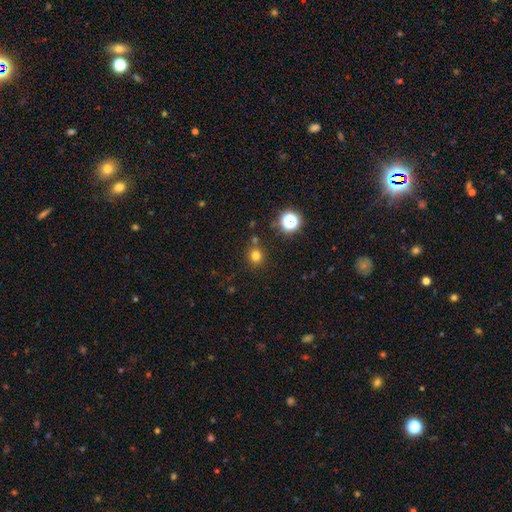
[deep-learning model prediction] A smooth galaxy with no disk features (76%) that is round (90%).

Vote fractions:
- Smooth or featured? smooth: 76% / star or artifact: 18% / featured or disk: 6%
- How rounded? round: 90% / in between: 9% / cigar-shaped: 1%
- Merging? none: 79% / merger: 9% / minor disturbance: 9% / major disturbance: 3%